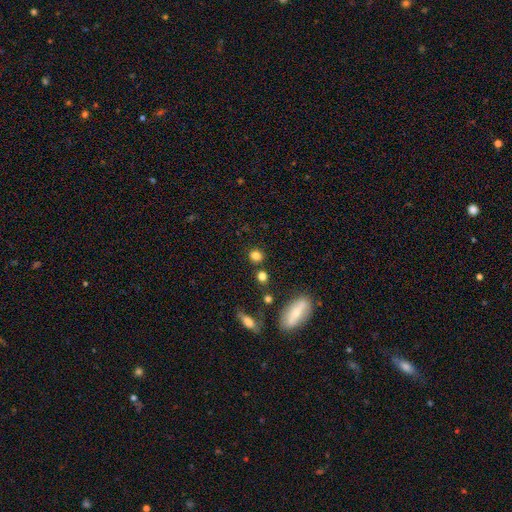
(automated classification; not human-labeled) smooth 79%, star or artifact 14%, featured or disk 7%. Down the decision tree: how rounded — round (81%); merging — none (81%).